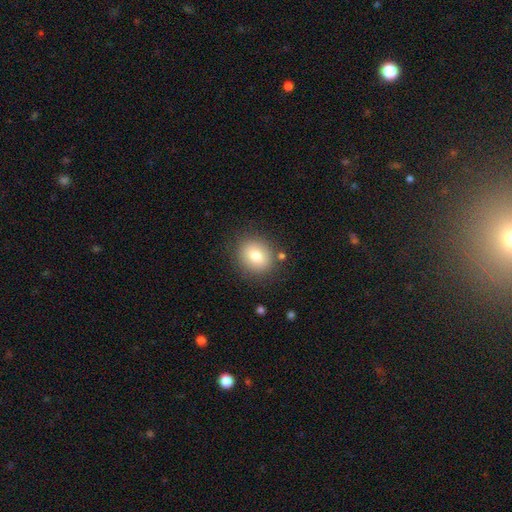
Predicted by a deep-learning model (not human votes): Smooth or featured? smooth (78%)
How rounded? round (63%)
Merging? none (84%)